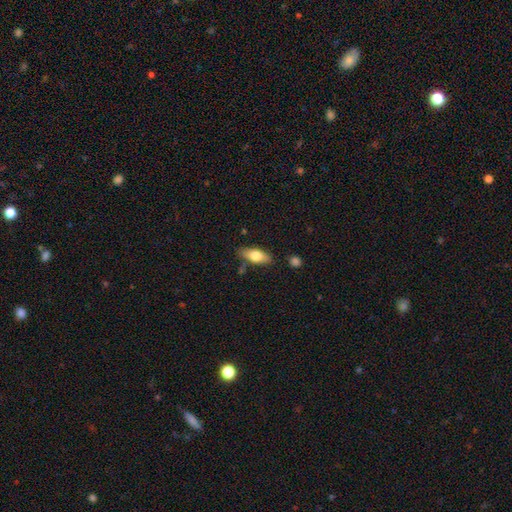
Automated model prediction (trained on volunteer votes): This appears to be a smooth galaxy with no disk features (70%) that is in between round and cigar-shaped (76%). Merging: none (79%).